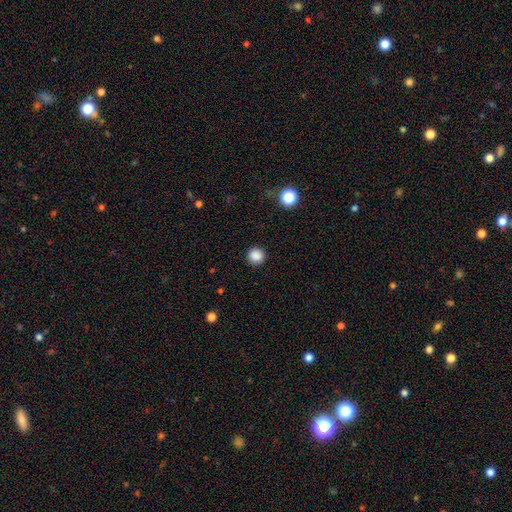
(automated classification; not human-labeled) Overall: smooth (86%). How rounded: round (94%). Merging: none (92%).